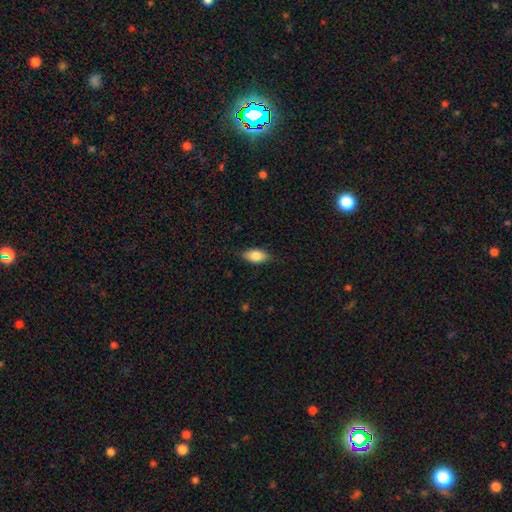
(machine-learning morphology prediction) This is clearly a smooth galaxy (81%). How rounded: clearly in between (90%). Merging: clearly none (83%).